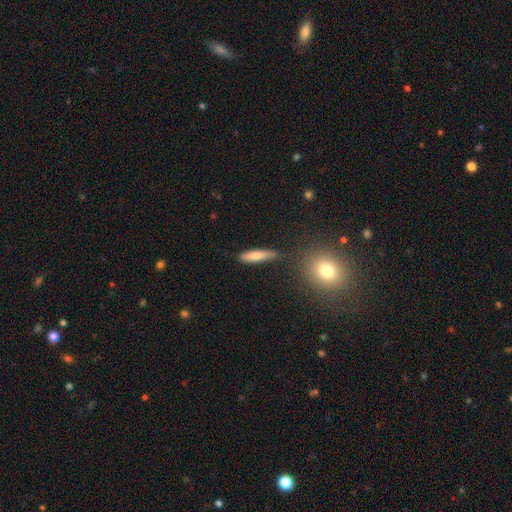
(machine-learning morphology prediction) Smooth or featured: smooth — 77% (featured or disk — 16%)
How rounded: cigar-shaped — 79% (in between — 19%)
Merging: none — 80% (minor disturbance — 13%)